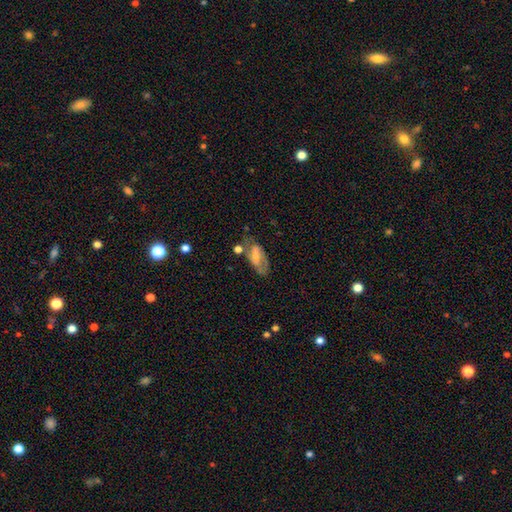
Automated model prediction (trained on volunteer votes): Morphology: type=smooth (47%); merging=none (48%).